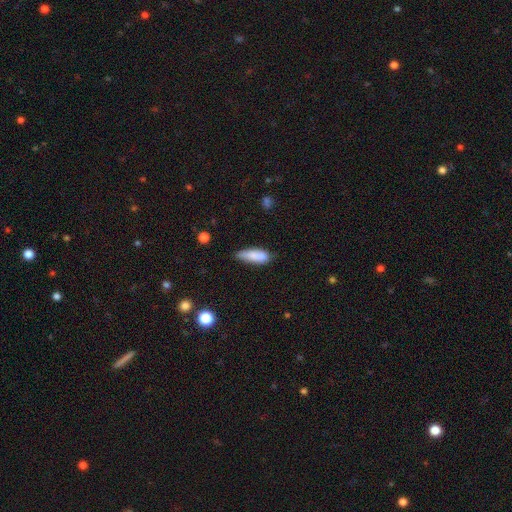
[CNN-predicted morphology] Q: Smooth or featured?
A: smooth (83%); runner-up: featured or disk (10%)
Q: How rounded?
A: in between (58%); runner-up: cigar-shaped (40%)
Q: Merging?
A: none (55%); runner-up: minor disturbance (35%)